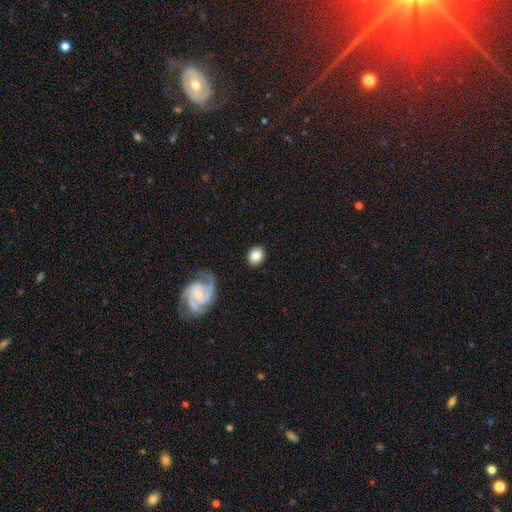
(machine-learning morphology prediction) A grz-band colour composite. It shows a smooth galaxy with no disk features (77%) that is round (61%). Merging: none (86%).